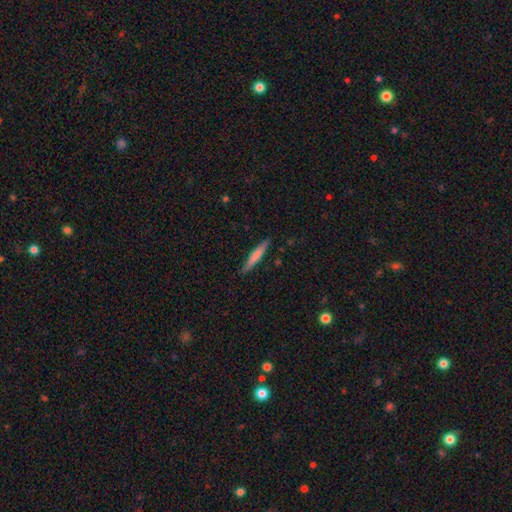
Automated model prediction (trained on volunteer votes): smooth-or-featured: smooth: 67% | featured or disk: 28% | star or artifact: 5%
  how-rounded: cigar-shaped: 94% | in between: 5% | round: 1%
  merging: none: 89% | minor disturbance: 8% | major disturbance: 2% | merger: 1%